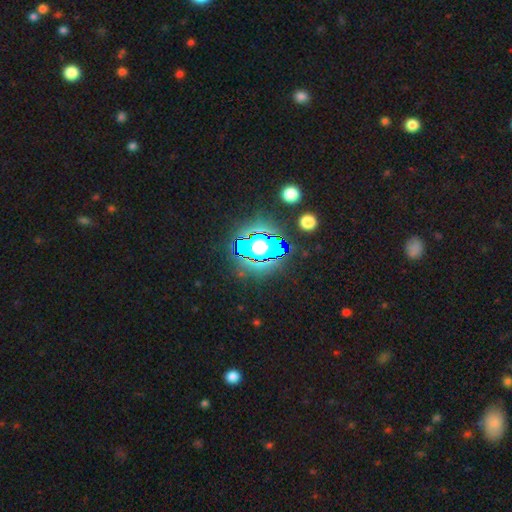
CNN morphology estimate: smooth-or-featured: star or artifact: 82% | smooth: 11% | featured or disk: 6%